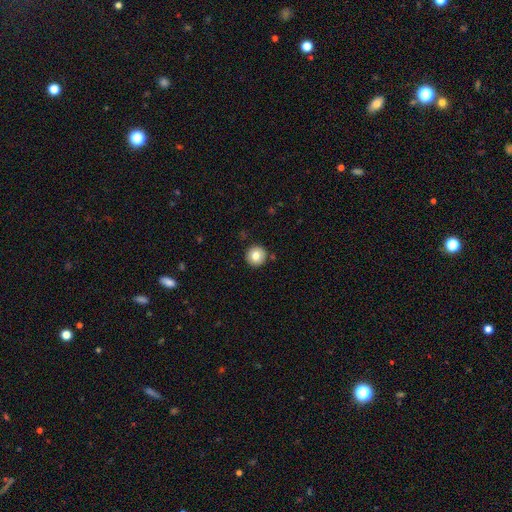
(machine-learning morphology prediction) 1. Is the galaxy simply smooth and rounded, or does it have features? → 80% smooth, 11% featured or disk, 9% star or artifact.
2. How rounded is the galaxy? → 96% round, 3% in between, 1% cigar-shaped.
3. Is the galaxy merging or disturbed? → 91% none, 6% minor disturbance, 2% merger, 2% major disturbance.